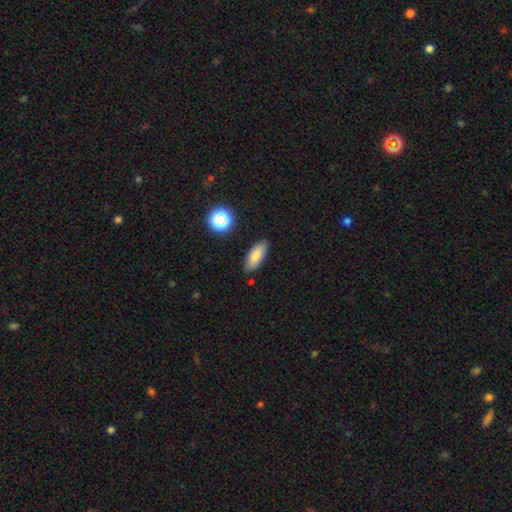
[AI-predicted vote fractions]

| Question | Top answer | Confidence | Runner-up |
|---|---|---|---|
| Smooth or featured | smooth | 79% | featured or disk (13%) |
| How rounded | in between | 77% | cigar-shaped (20%) |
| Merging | none | 84% | minor disturbance (11%) |